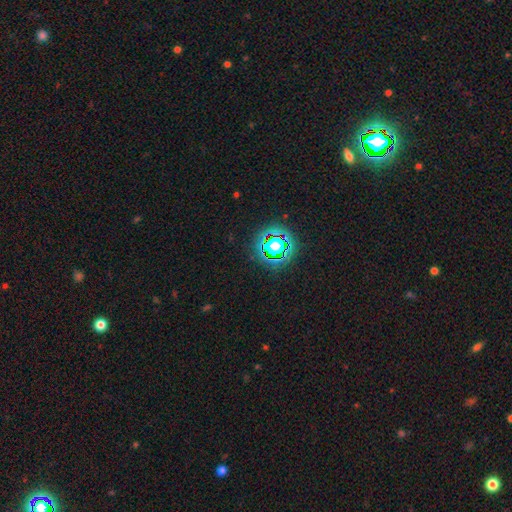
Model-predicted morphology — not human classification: This is clearly a star or artifact rather than a galaxy (82%).